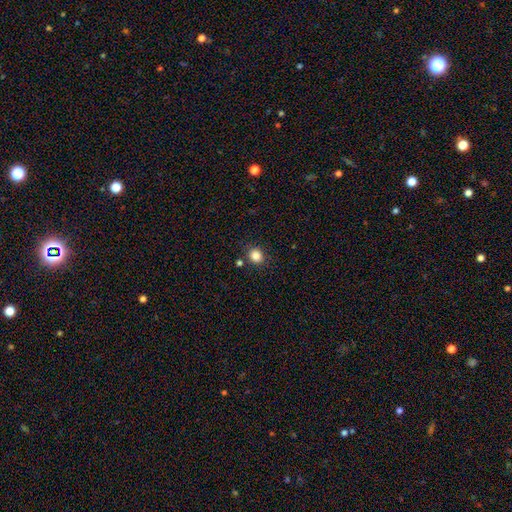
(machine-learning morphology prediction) This is clearly a smooth galaxy (85%). How rounded: likely round (74%). Merging: clearly none (83%).